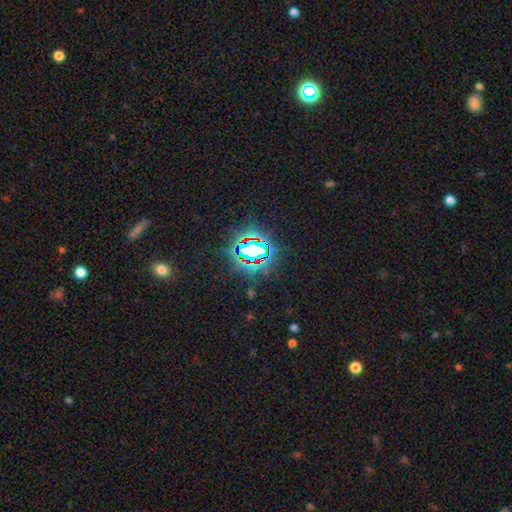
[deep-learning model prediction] Morphology: type=star or artifact (79%).